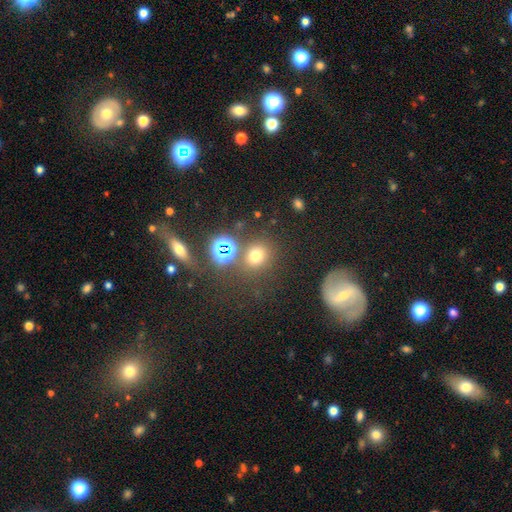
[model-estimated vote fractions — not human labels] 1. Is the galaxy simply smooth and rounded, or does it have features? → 64% smooth, 27% star or artifact, 9% featured or disk.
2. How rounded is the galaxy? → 74% round, 25% in between, 1% cigar-shaped.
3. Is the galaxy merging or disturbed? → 74% none, 11% minor disturbance, 10% merger, 6% major disturbance.